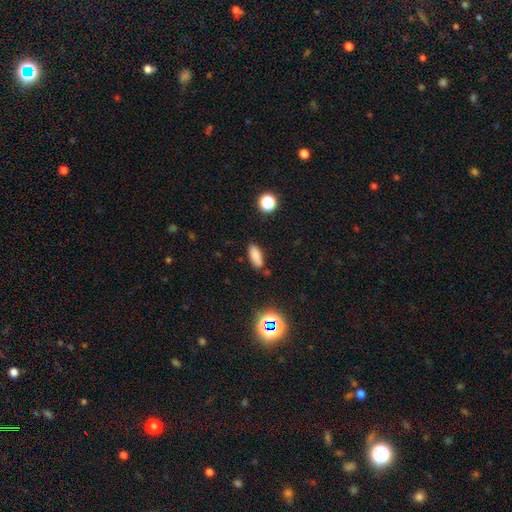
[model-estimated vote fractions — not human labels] Smooth or featured? smooth (82%)
How rounded? in between (77%)
Merging? none (80%)